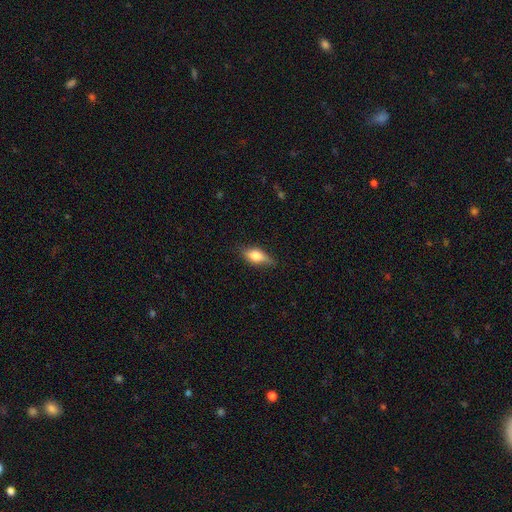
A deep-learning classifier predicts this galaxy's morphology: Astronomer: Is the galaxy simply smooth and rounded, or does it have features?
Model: smooth — 72%.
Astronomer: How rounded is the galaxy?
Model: in between — 78%.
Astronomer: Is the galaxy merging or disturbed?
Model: none — 69%.